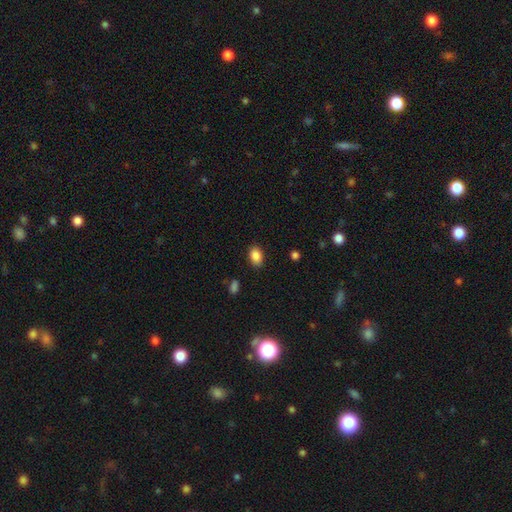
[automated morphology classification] A smooth galaxy with no disk features (87%) that is in between round and cigar-shaped (83%).

Vote fractions:
- Smooth or featured? smooth: 87% / star or artifact: 8% / featured or disk: 5%
- How rounded? in between: 83% / round: 16% / cigar-shaped: 1%
- Merging? none: 86% / minor disturbance: 10% / major disturbance: 2% / merger: 1%